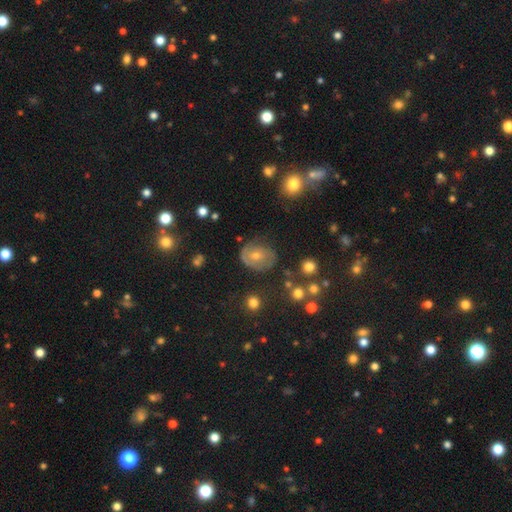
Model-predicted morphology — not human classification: Smooth or featured? featured or disk (46%)
Merging? none (71%)